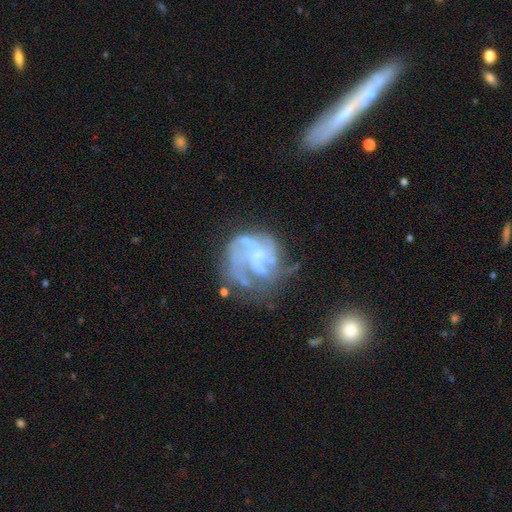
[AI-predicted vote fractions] Smooth or featured? featured or disk (74%)
Edge-on disk? no (98%)
Bar? no (68%)
Spiral arms? yes (66%)
Bulge size? none (55%)
Merging? none (44%)